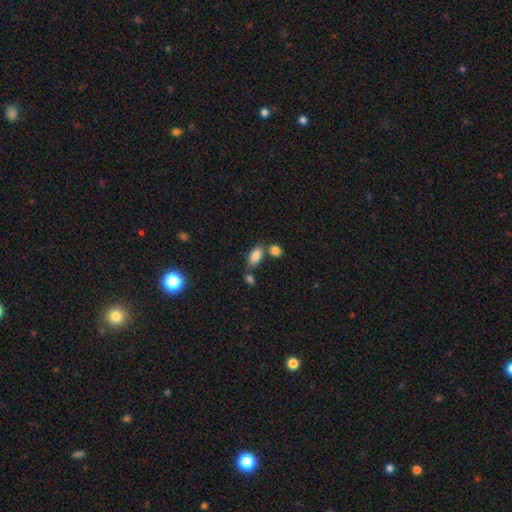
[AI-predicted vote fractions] Q: Smooth or featured?
A: smooth (85%); runner-up: star or artifact (8%)
Q: How rounded?
A: in between (91%); runner-up: cigar-shaped (5%)
Q: Merging?
A: none (60%); runner-up: merger (23%)